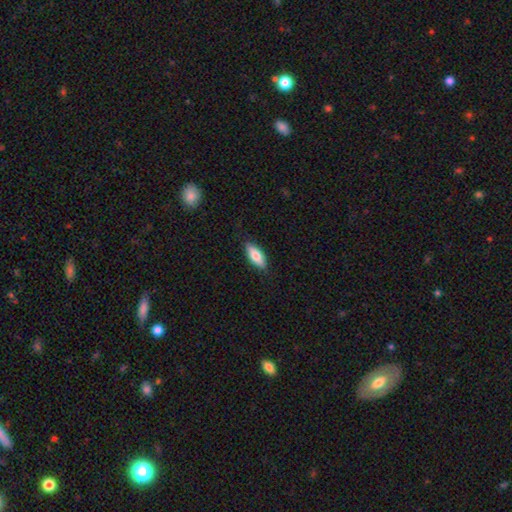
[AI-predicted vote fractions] Smooth or featured: smooth — 77% (featured or disk — 17%)
How rounded: in between — 74% (cigar-shaped — 24%)
Merging: none — 86% (minor disturbance — 11%)